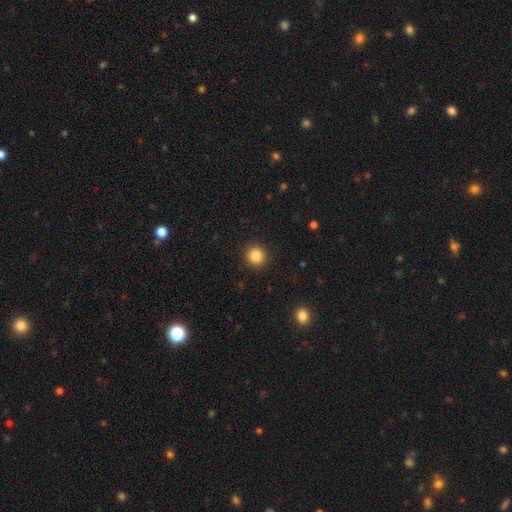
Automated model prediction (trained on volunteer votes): Smooth or featured? smooth (85%)
How rounded? round (92%)
Merging? none (92%)